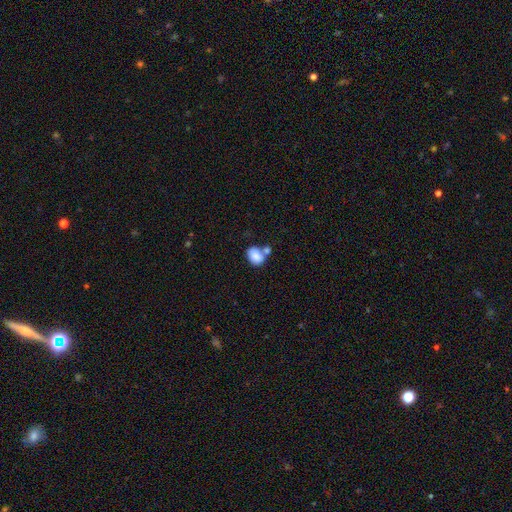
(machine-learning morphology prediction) Q: Smooth or featured?
A: smooth (83%); runner-up: featured or disk (9%)
Q: How rounded?
A: in between (71%); runner-up: round (28%)
Q: Merging?
A: merger (44%); runner-up: none (37%)